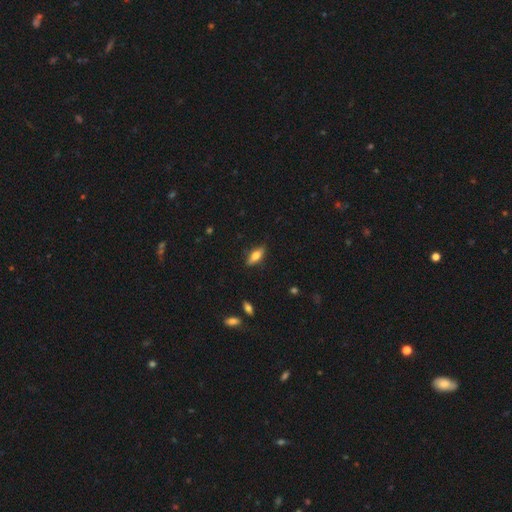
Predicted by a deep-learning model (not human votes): Overall: smooth (61%; featured or disk 32%). How rounded: in between (67%; cigar-shaped 29%). Merging: none (84%).